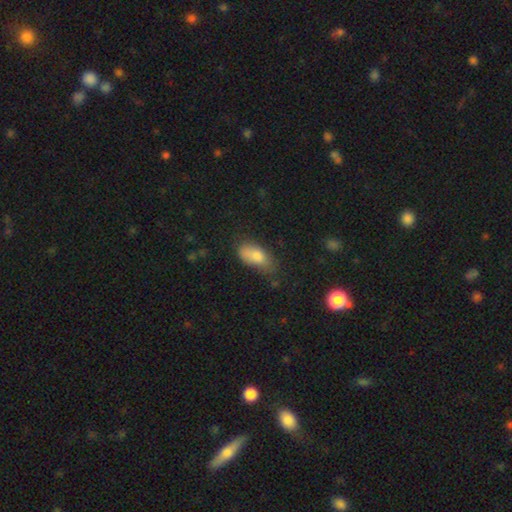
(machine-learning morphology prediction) type=smooth (79%); roundness=in between (87%); merging=none (47%).